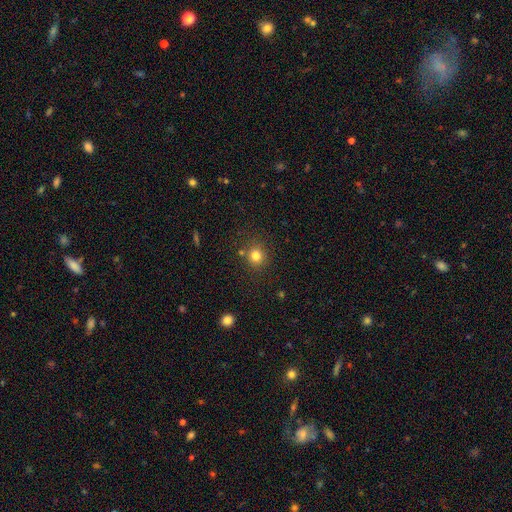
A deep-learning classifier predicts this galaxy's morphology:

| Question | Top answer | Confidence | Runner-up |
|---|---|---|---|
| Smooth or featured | smooth | 81% | star or artifact (13%) |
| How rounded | round | 89% | in between (10%) |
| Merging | none | 80% | minor disturbance (10%) |